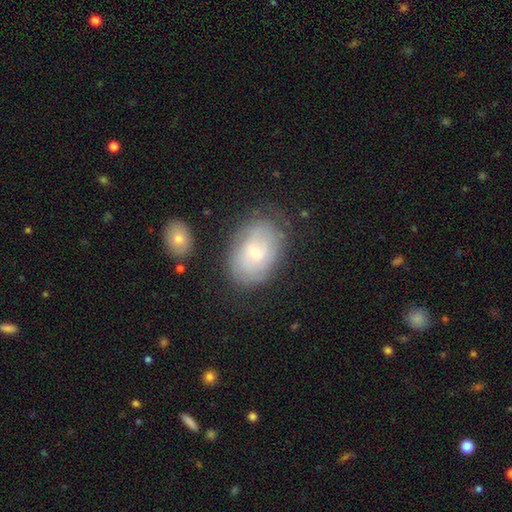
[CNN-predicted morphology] smooth_or_featured: featured or disk (p=0.47) [alt: smooth p=0.42]
merging: none (p=0.76) [alt: minor disturbance p=0.16]